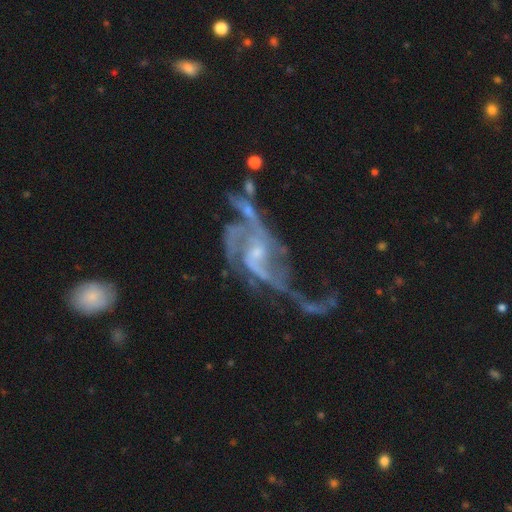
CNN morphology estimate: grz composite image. It shows a featured or disk galaxy (88%) with no bar (54%), 2 (39%) loose (45%) spiral arms (93%) and a small central bulge (68%). Merging: major disturbance (43%).